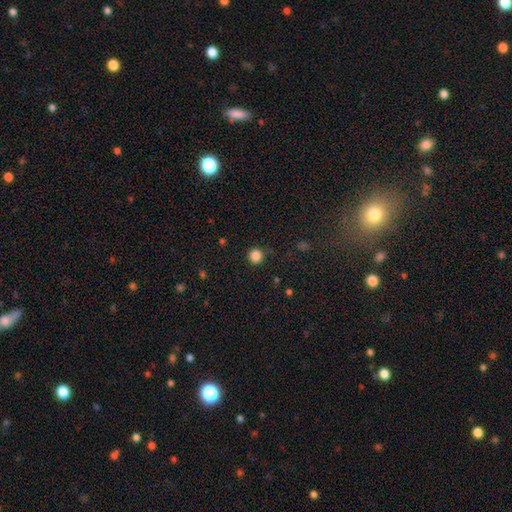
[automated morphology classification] Overall: smooth (86%). How rounded: round (94%). Merging: none (89%).